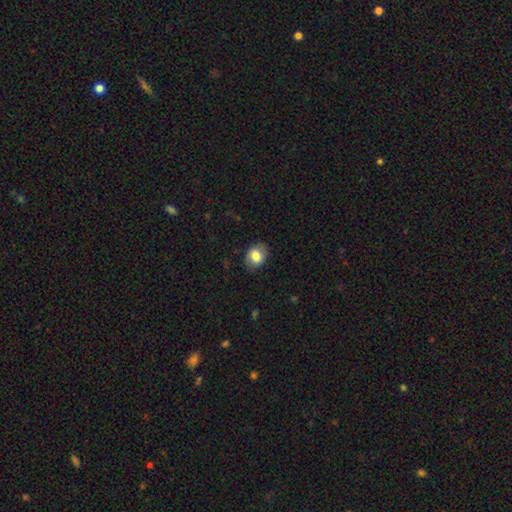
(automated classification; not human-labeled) This is likely a smooth galaxy (79%). How rounded: likely in between (62%). Merging: clearly none (80%).